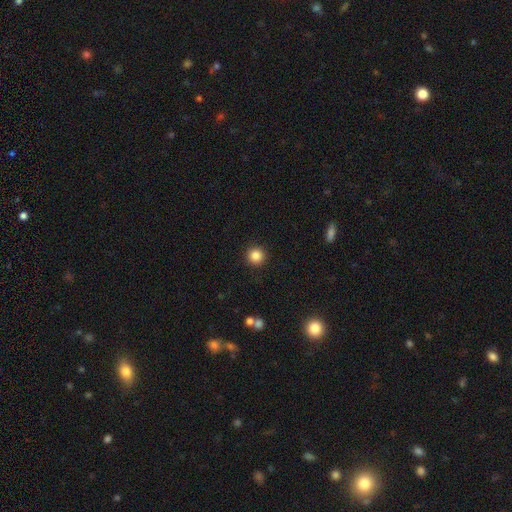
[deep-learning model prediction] smooth 85%, star or artifact 11%, featured or disk 4%. Down the decision tree: how rounded — round (95%); merging — none (92%).